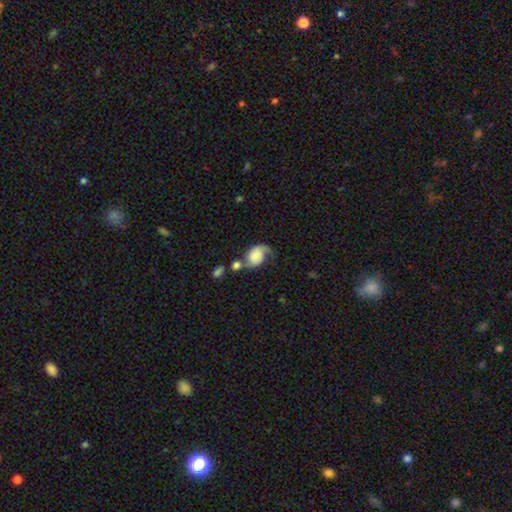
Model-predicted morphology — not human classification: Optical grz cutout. It shows a featured or disk galaxy (50%). Merging: none (30%).